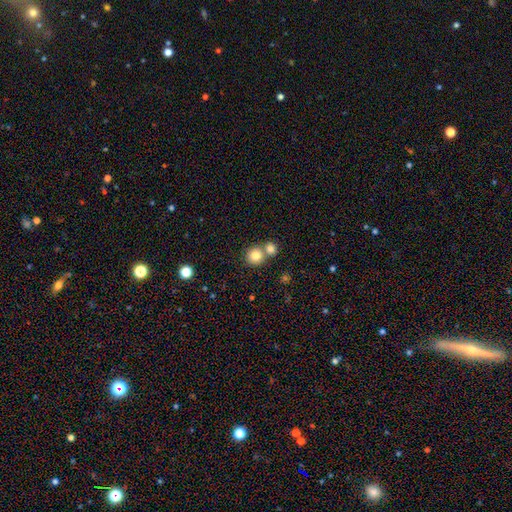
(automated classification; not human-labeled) Smooth or featured? smooth (81%)
How rounded? round (90%)
Merging? none (56%)